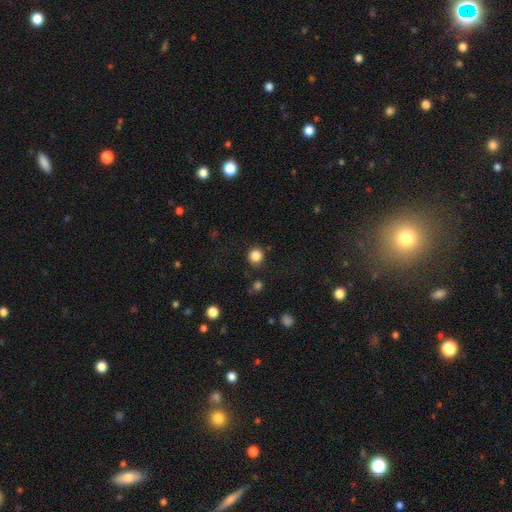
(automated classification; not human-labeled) This is clearly a smooth galaxy (85%). How rounded: clearly round (92%). Merging: clearly none (88%).